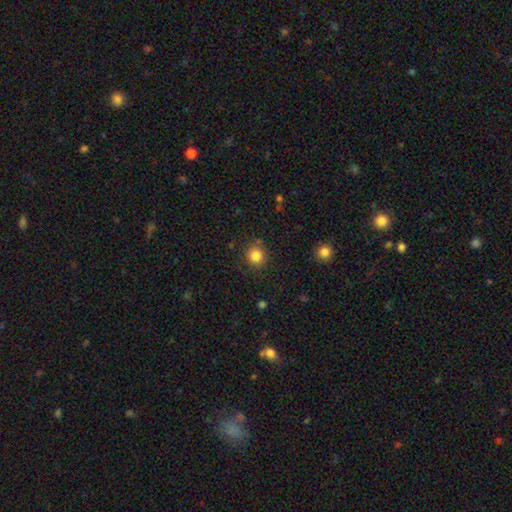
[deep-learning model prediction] Overall: smooth (84%). How rounded: round (89%). Merging: none (86%).